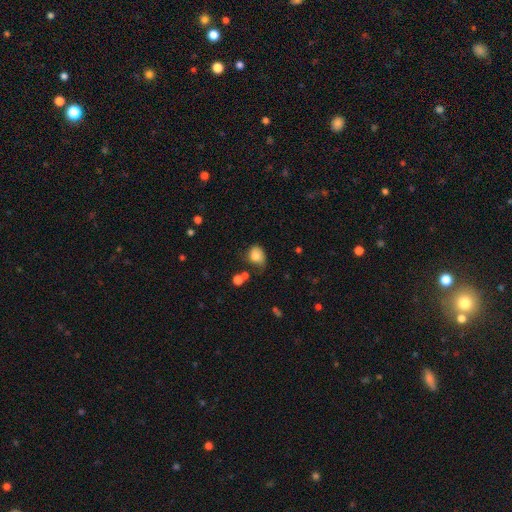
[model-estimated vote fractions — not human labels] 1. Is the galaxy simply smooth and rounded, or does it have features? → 74% smooth, 16% featured or disk, 10% star or artifact.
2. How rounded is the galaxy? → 53% in between, 46% round, 1% cigar-shaped.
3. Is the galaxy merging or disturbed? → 40% none, 35% minor disturbance, 18% major disturbance, 7% merger.